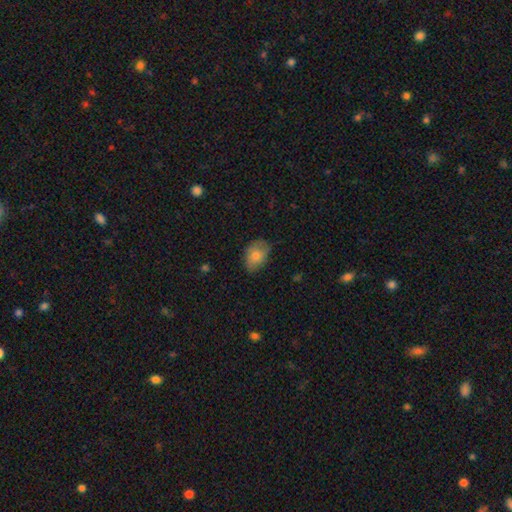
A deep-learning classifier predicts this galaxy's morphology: Q: Smooth or featured?
A: smooth (77%); runner-up: featured or disk (15%)
Q: How rounded?
A: in between (83%); runner-up: round (16%)
Q: Merging?
A: none (70%); runner-up: minor disturbance (24%)